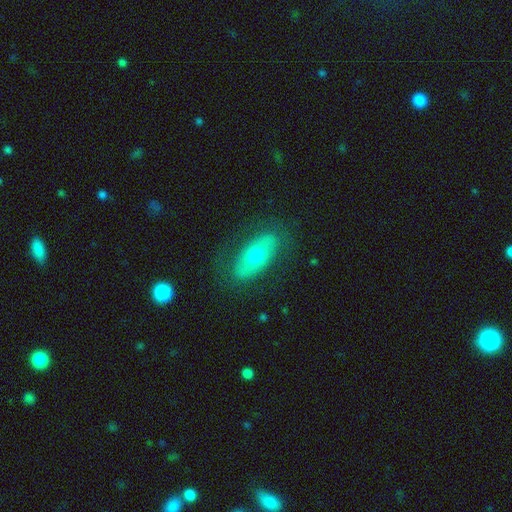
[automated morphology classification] This is possibly a smooth galaxy (54%). How rounded: clearly in between (87%). Merging: likely none (78%).